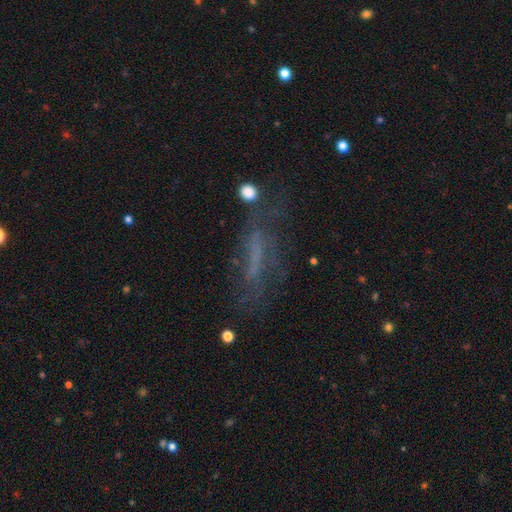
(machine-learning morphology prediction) This appears to be a featured or disk galaxy (46%). Merging: none (51%).